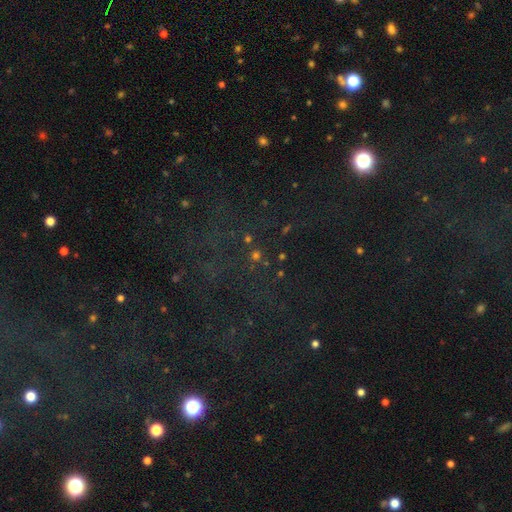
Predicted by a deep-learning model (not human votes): Smooth or featured?
  - star or artifact: 63% *
  - smooth: 28%
  - featured or disk: 9%